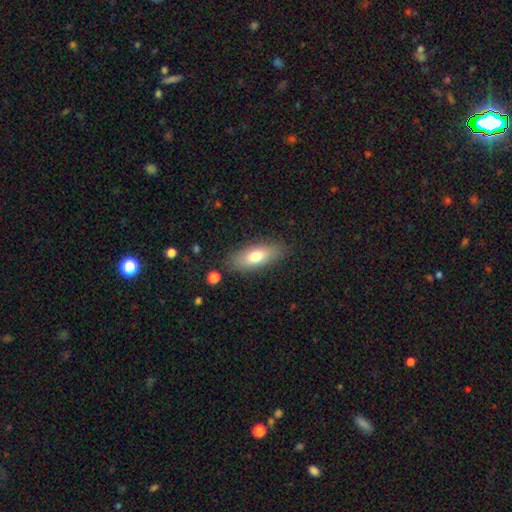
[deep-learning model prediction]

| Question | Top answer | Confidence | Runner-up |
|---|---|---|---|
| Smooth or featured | smooth | 72% | featured or disk (21%) |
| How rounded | in between | 74% | cigar-shaped (23%) |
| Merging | none | 84% | minor disturbance (11%) |